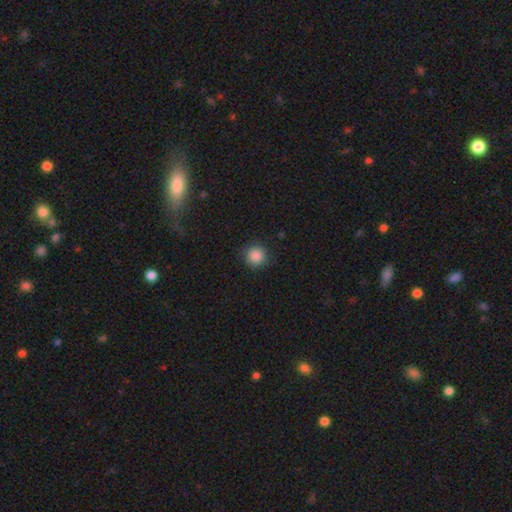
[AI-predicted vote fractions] smooth-or-featured: smooth: 87% | star or artifact: 10% | featured or disk: 3%
  how-rounded: round: 94% | in between: 5% | cigar-shaped: 1%
  merging: none: 89% | minor disturbance: 8% | major disturbance: 2% | merger: 1%